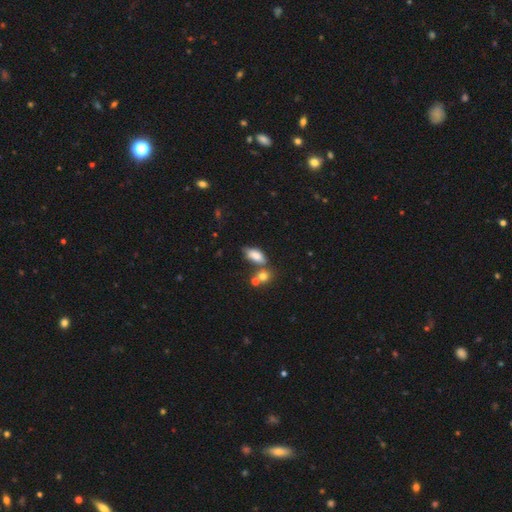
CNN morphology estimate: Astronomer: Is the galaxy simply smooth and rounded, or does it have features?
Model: smooth — 80%.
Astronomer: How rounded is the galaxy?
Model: in between — 85%.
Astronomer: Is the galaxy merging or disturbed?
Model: none — 50%.